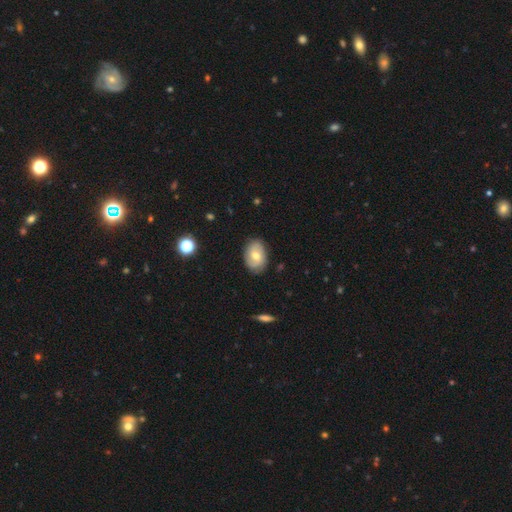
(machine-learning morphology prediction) The model was most divided on "smooth or featured": smooth: 56%, featured or disk: 36%, star or artifact: 8%. More confident: how rounded — in between (81%); merging — none (80%).